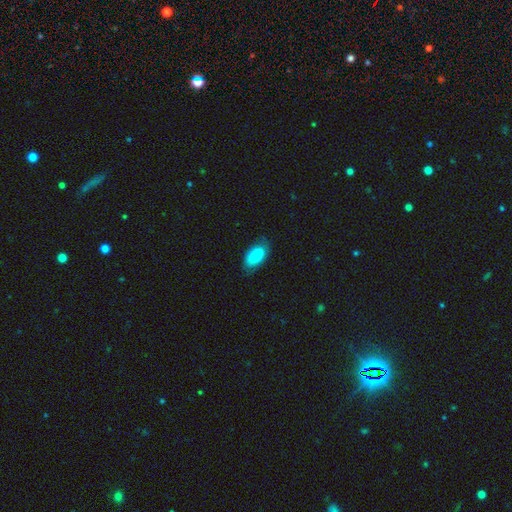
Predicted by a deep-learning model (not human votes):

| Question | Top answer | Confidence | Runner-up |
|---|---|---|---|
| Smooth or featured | smooth | 86% | featured or disk (8%) |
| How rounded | in between | 94% | round (3%) |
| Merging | none | 75% | minor disturbance (20%) |